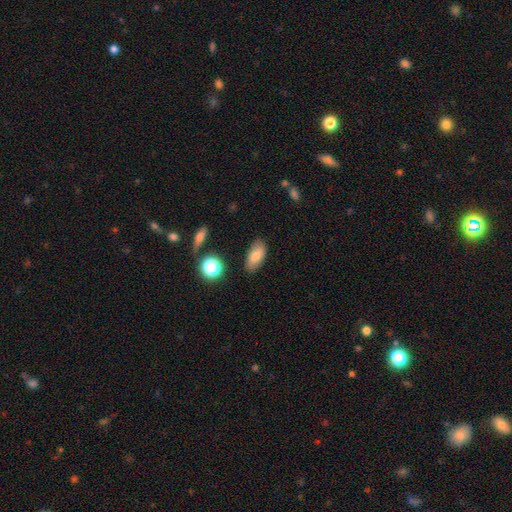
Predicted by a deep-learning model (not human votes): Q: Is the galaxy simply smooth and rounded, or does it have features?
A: smooth — 78%.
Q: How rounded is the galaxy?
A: in between — 90%.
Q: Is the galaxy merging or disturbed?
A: none — 82%.